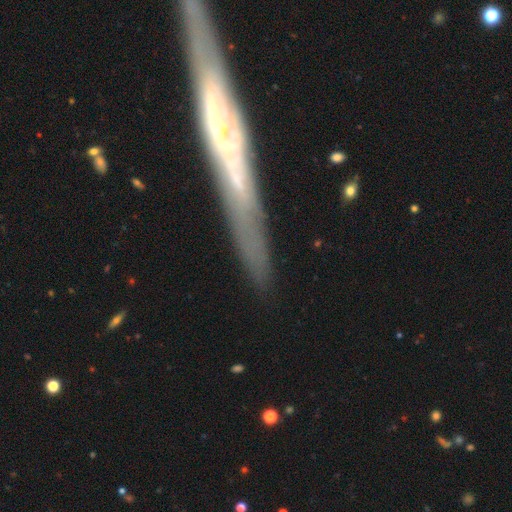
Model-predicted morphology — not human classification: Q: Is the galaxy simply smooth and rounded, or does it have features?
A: featured or disk — 48%.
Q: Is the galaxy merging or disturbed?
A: none — 73%.